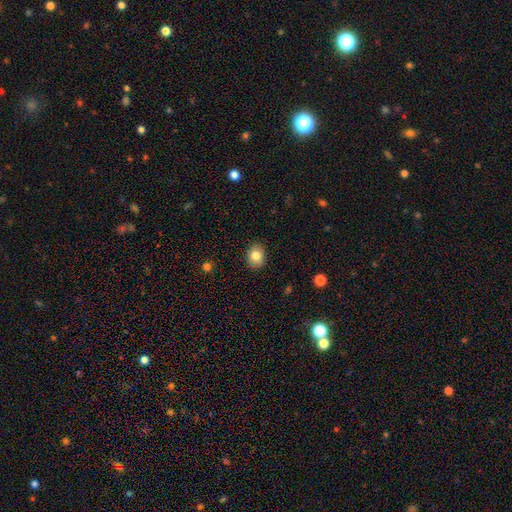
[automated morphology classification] type=smooth (82%); roundness=in between (54%); merging=none (89%).